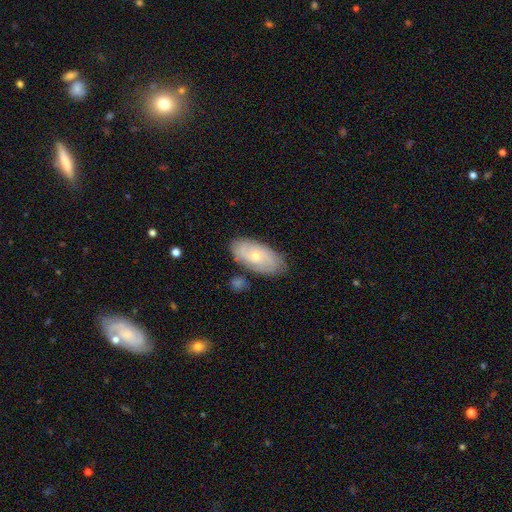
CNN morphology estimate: smooth-or-featured: featured or disk: 49% | smooth: 44% | star or artifact: 6%
  merging: none: 76% | minor disturbance: 16% | merger: 4% | major disturbance: 3%